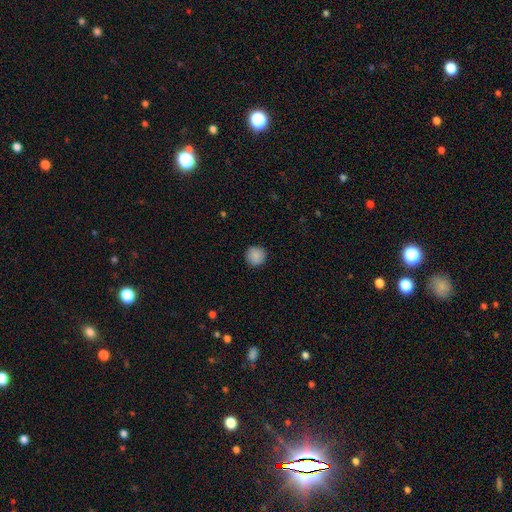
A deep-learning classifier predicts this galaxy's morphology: A smooth galaxy with no disk features (88%) that is round (95%).

Vote fractions:
- Smooth or featured? smooth: 88% / star or artifact: 8% / featured or disk: 3%
- How rounded? round: 95% / in between: 4% / cigar-shaped: 1%
- Merging? none: 91% / minor disturbance: 6% / major disturbance: 2% / merger: 1%